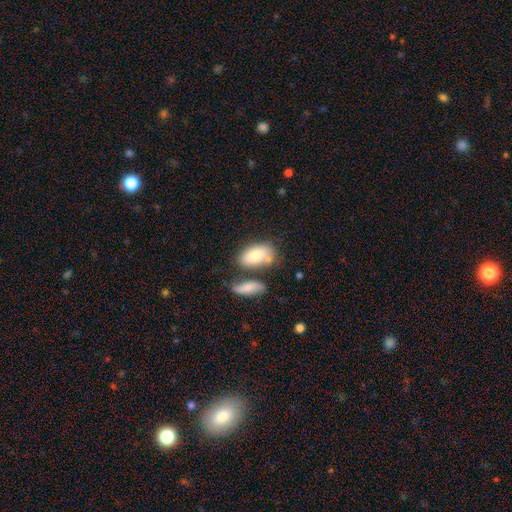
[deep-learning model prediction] smooth 78%, featured or disk 16%, star or artifact 6%. Down the decision tree: how rounded — in between (91%); merging — none (54%).